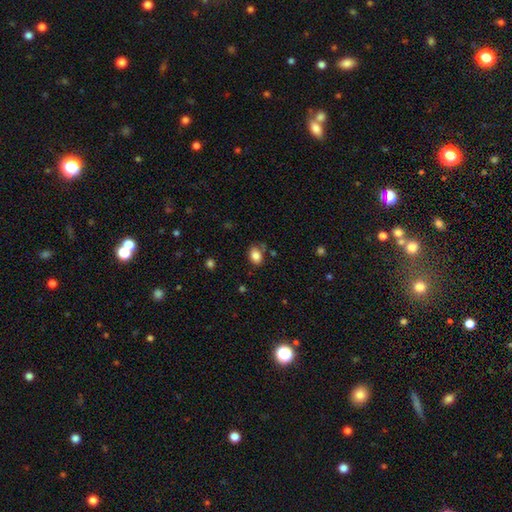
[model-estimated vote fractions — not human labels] smooth-or-featured: smooth: 84% | star or artifact: 9% | featured or disk: 7%
  how-rounded: in between: 74% | round: 25% | cigar-shaped: 1%
  merging: none: 69% | minor disturbance: 19% | merger: 6% | major disturbance: 5%